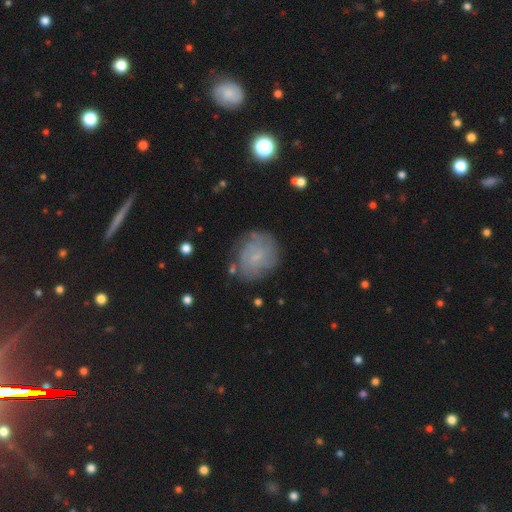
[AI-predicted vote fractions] smooth-or-featured: featured or disk: 61% | smooth: 29% | star or artifact: 10%
  disk-edge-on: no: 97% | yes: 3%
    bar: no: 60% | weak: 35% | strong: 5%
    has-spiral-arms: yes: 83% | no: 17%
    bulge-size: small: 67% | none: 18% | moderate: 13% | large: 1% | dominant: 1%
  merging: none: 71% | minor disturbance: 18% | major disturbance: 8% | merger: 3%